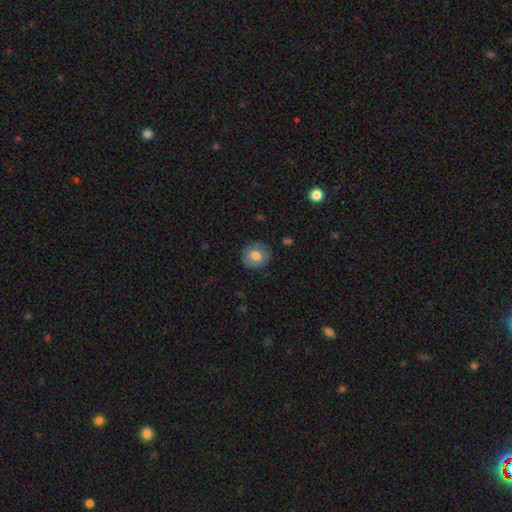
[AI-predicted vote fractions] smooth 72%, featured or disk 20%, star or artifact 8%. Down the decision tree: how rounded — round (85%); merging — none (85%).